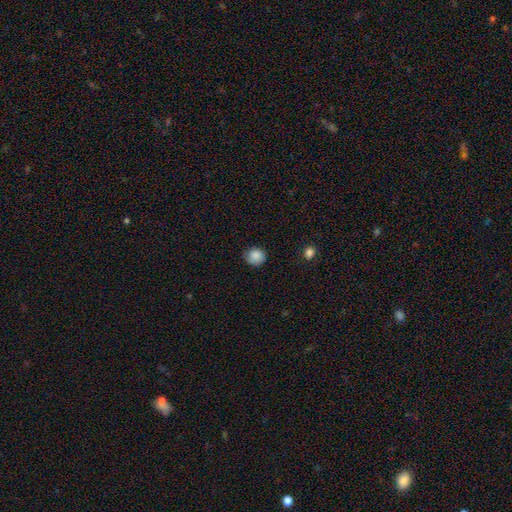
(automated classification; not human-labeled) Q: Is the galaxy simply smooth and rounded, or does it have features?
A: smooth — 86%.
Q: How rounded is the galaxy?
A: round — 81%.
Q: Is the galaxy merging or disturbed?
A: none — 76%.